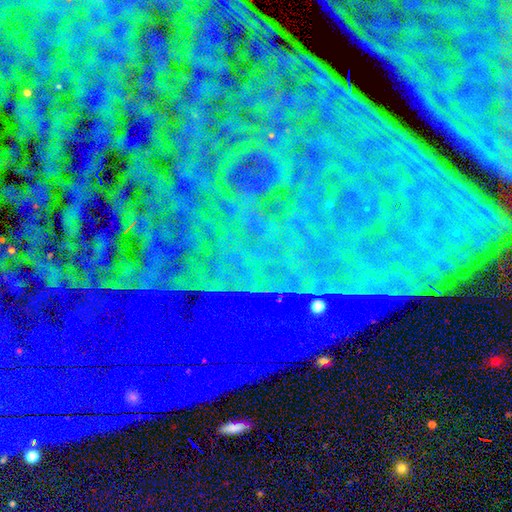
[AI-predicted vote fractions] A star or artifact, not a galaxy (87%).